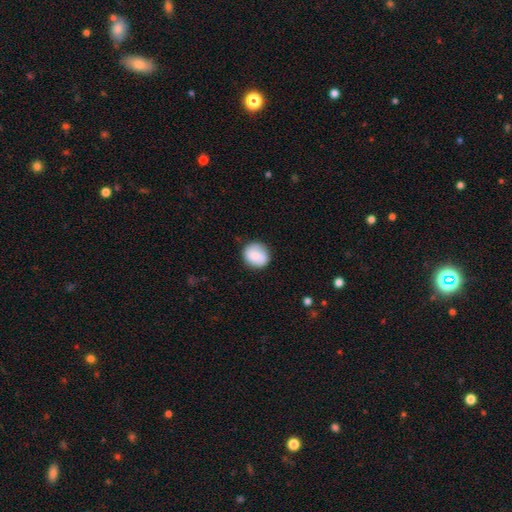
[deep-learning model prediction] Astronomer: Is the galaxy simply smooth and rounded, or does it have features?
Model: smooth — 83%.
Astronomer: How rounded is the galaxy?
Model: round — 75%.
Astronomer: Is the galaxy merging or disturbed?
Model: none — 80%.